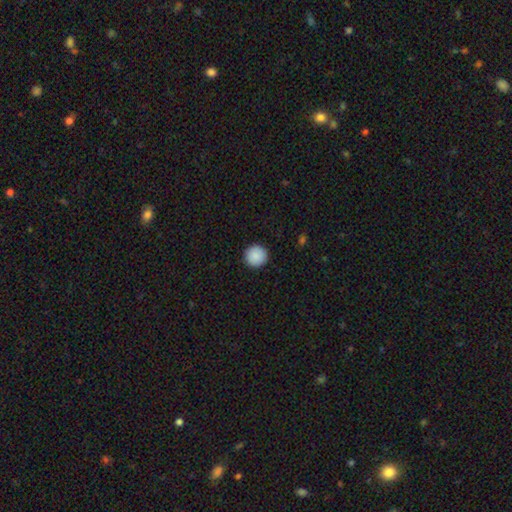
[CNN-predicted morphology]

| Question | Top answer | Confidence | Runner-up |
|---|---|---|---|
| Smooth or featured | smooth | 89% | star or artifact (8%) |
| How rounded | round | 95% | in between (4%) |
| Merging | none | 93% | minor disturbance (4%) |